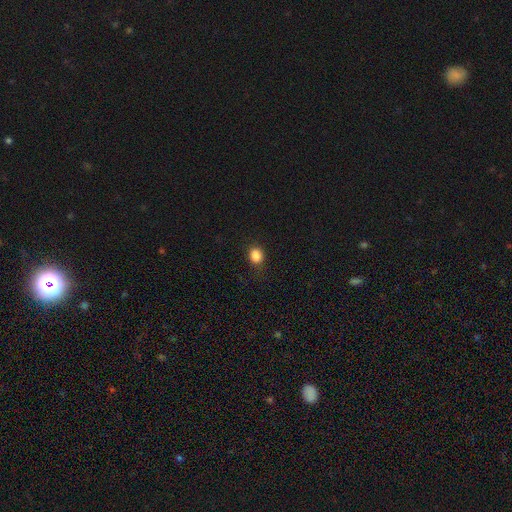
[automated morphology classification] smooth 85%, star or artifact 11%, featured or disk 4%. Down the decision tree: how rounded — round (60%); merging — none (79%).